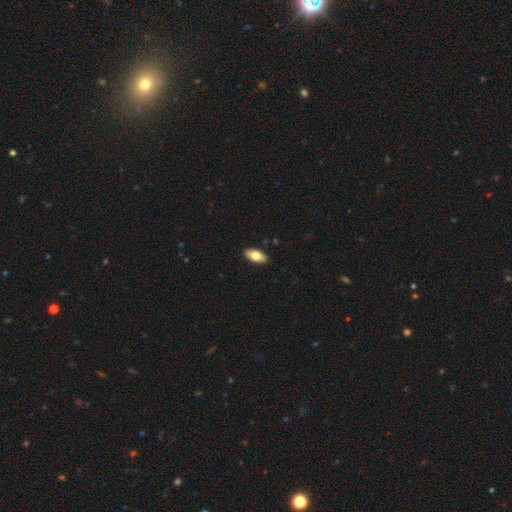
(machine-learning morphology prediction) Smooth or featured? Predicted: smooth (p=0.76). How rounded? Predicted: in between (p=0.89). Merging? Predicted: none (p=0.90).